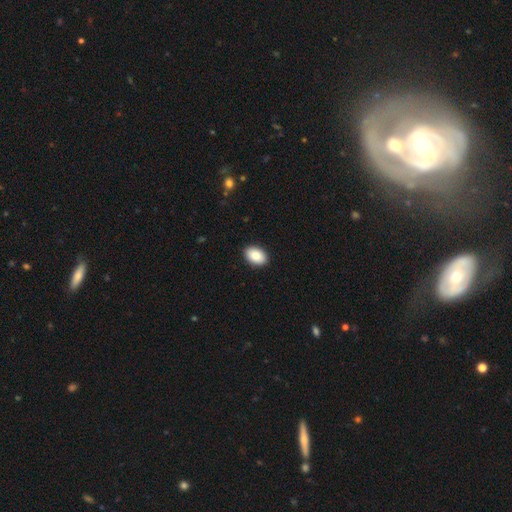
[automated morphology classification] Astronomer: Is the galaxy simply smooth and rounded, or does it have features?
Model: smooth — 87%.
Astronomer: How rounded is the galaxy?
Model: in between — 89%.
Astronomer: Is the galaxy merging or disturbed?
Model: none — 91%.